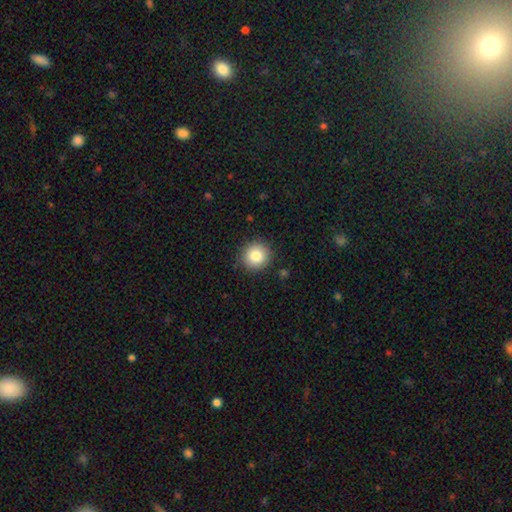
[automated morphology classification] Smooth or featured?
  - smooth: 83% *
  - star or artifact: 10%
  - featured or disk: 7%
How rounded?
  - round: 93% *
  - in between: 6%
  - cigar-shaped: 1%
Merging?
  - none: 89% *
  - minor disturbance: 7%
  - major disturbance: 2%
  - merger: 1%